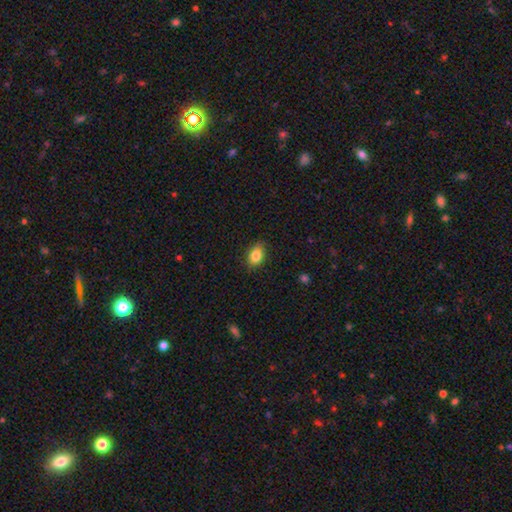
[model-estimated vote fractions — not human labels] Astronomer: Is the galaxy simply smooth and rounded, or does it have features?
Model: smooth — 85%.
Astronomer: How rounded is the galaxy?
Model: in between — 81%.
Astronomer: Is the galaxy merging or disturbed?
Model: none — 85%.